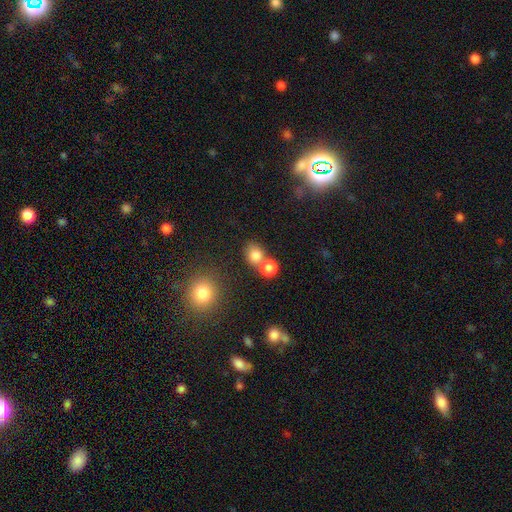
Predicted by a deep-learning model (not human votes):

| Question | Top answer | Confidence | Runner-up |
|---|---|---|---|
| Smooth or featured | smooth | 79% | star or artifact (13%) |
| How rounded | round | 72% | in between (27%) |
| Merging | none | 55% | merger (33%) |